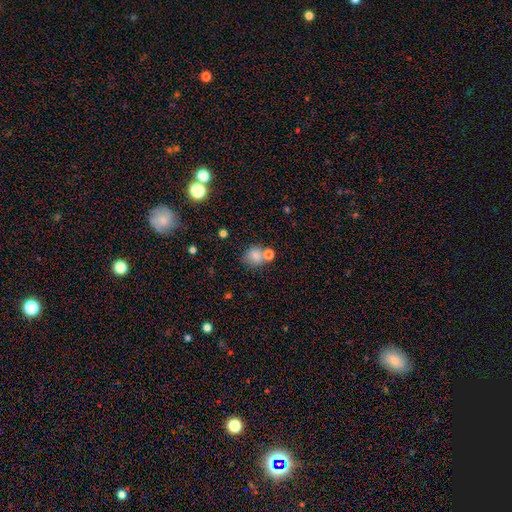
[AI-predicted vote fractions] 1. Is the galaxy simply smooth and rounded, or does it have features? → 79% smooth, 12% star or artifact, 9% featured or disk.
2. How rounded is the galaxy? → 64% round, 35% in between, 1% cigar-shaped.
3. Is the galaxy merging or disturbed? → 55% none, 27% merger, 13% minor disturbance, 5% major disturbance.